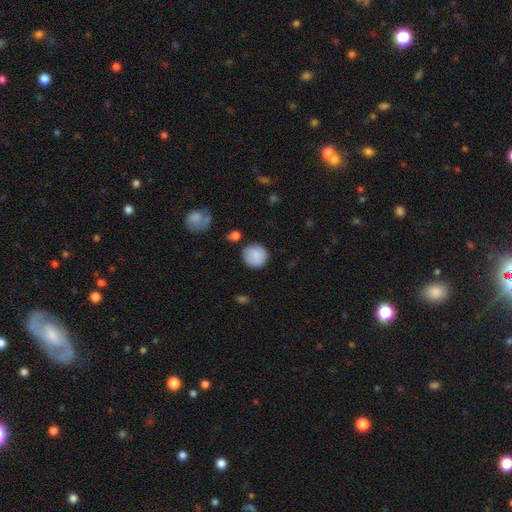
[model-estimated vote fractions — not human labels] Overall: smooth (85%). How rounded: round (93%). Merging: none (85%).